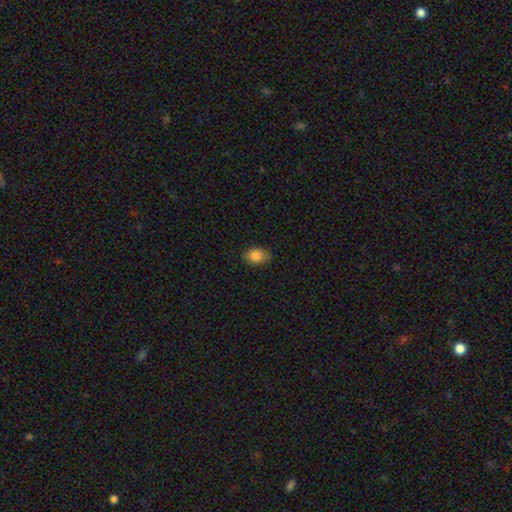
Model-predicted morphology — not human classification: This appears to be a smooth galaxy with no disk features (87%) that is in between round and cigar-shaped (80%). Merging: none (82%).